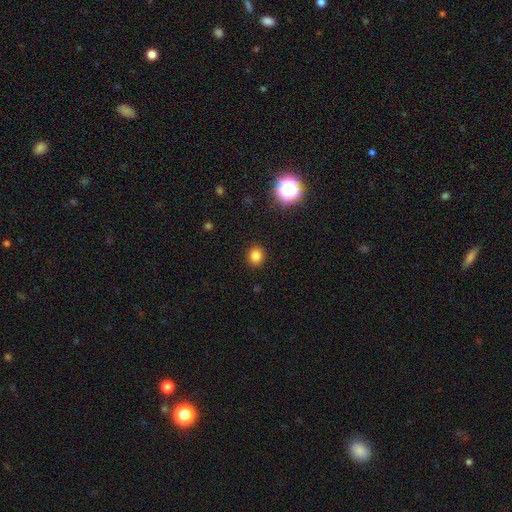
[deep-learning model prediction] smooth 82%, star or artifact 14%, featured or disk 4%. Down the decision tree: how rounded — round (79%); merging — none (91%).